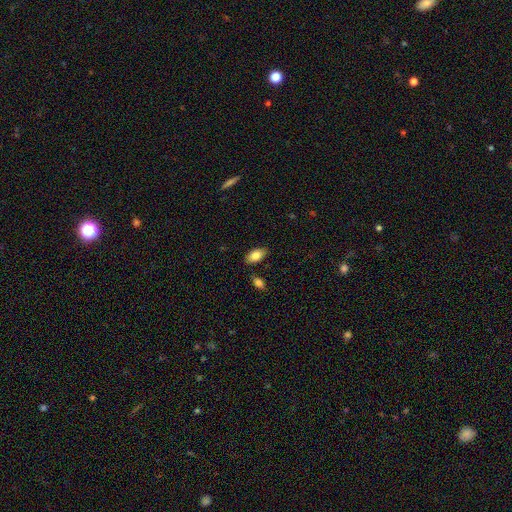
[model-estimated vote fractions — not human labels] smooth-or-featured: smooth: 85% | featured or disk: 8% | star or artifact: 7%
  how-rounded: in between: 93% | round: 4% | cigar-shaped: 3%
  merging: none: 83% | minor disturbance: 11% | merger: 4% | major disturbance: 2%